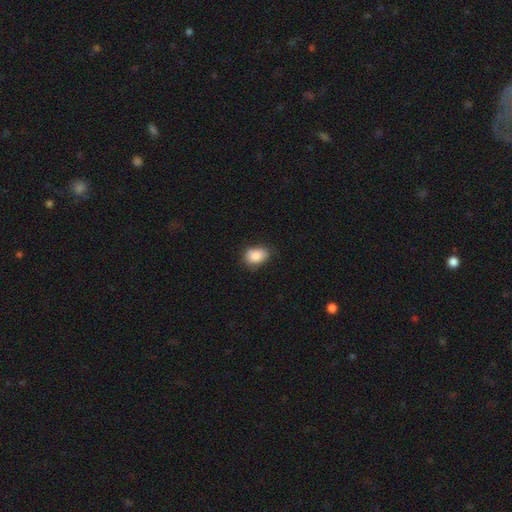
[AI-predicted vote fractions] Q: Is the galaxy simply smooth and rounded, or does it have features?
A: smooth — 86%.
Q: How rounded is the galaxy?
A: in between — 77%.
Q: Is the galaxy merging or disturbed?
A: none — 71%.